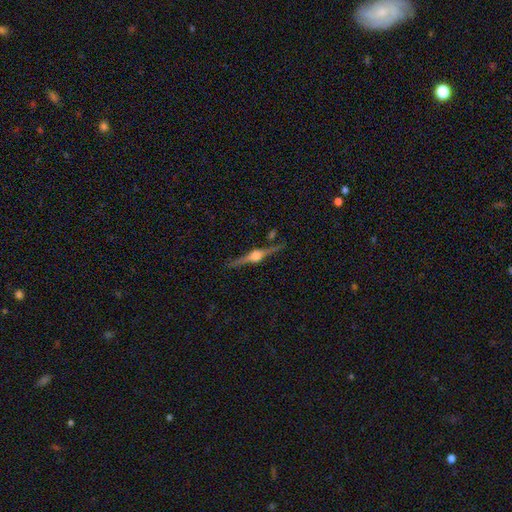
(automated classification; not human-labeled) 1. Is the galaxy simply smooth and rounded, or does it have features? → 86% featured or disk, 7% smooth, 7% star or artifact.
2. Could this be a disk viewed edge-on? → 98% yes, 2% no.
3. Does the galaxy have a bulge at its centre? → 93% rounded, 6% boxy, 2% none.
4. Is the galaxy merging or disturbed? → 88% none, 8% minor disturbance, 2% merger, 2% major disturbance.